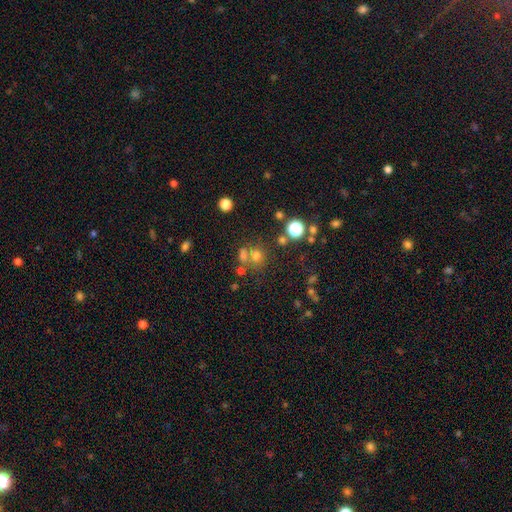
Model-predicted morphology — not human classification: Smooth or featured?
  - smooth: 64% *
  - star or artifact: 26%
  - featured or disk: 10%
How rounded?
  - round: 83% *
  - in between: 16%
  - cigar-shaped: 1%
Merging?
  - none: 59% *
  - merger: 27%
  - minor disturbance: 9%
  - major disturbance: 5%